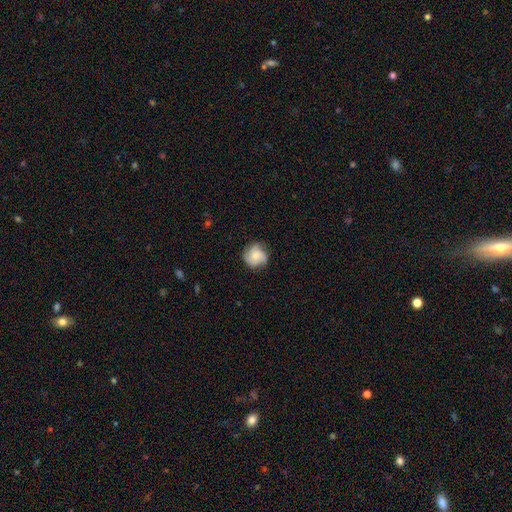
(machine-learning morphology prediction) Smooth or featured? featured or disk (47%)
Merging? none (76%)